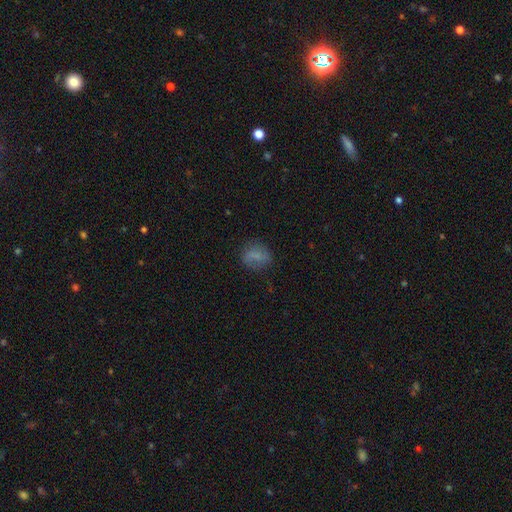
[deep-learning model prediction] Overall: smooth (70%). How rounded: round (51%; in between 47%). Merging: none (69%).